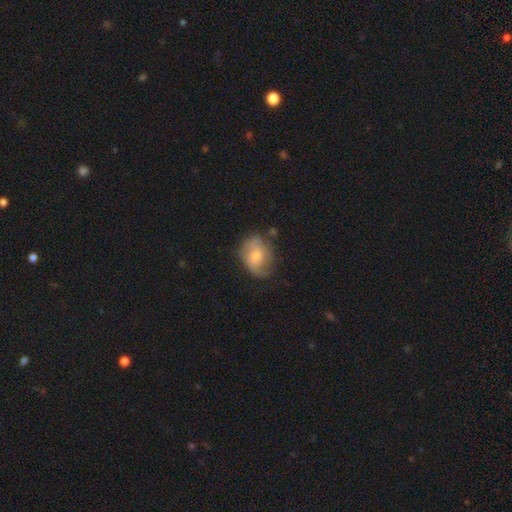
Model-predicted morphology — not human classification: smooth-or-featured: smooth: 55% | featured or disk: 38% | star or artifact: 8%
  how-rounded: in between: 57% | round: 42% | cigar-shaped: 1%
  merging: none: 56% | minor disturbance: 30% | major disturbance: 12% | merger: 3%